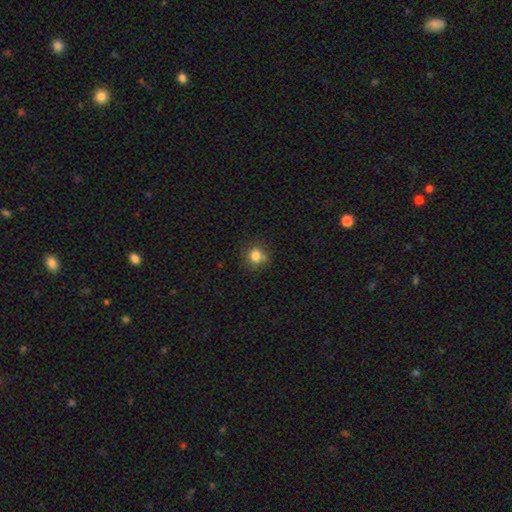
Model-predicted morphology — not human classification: The model was most divided on "merging": none: 74%, minor disturbance: 17%, merger: 5%, major disturbance: 4%. More confident: how rounded — round (84%); smooth or featured — smooth (82%).